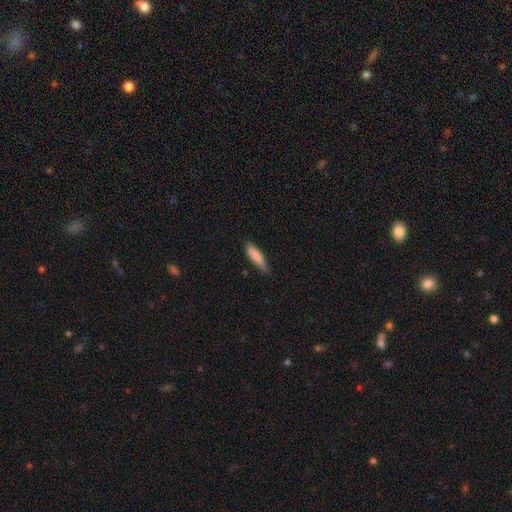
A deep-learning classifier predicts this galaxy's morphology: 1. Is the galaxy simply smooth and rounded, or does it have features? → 82% smooth, 12% featured or disk, 6% star or artifact.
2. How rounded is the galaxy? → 71% cigar-shaped, 28% in between, 1% round.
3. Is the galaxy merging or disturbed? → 68% none, 27% minor disturbance, 4% major disturbance, 2% merger.